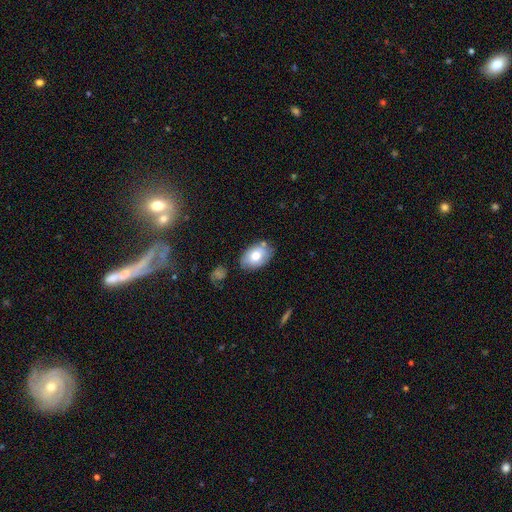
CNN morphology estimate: A smooth galaxy with no disk features (73%) that is in between round and cigar-shaped (88%). Merging: none (72%).